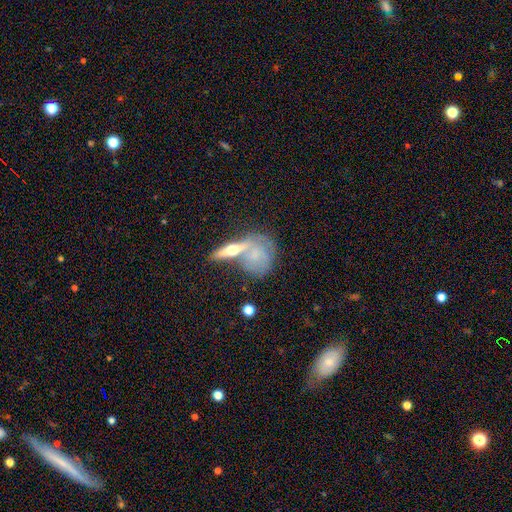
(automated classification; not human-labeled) smooth 46% (tied), featured or disk 46% (tied), star or artifact 8%. Down the decision tree: merging — none (43%).